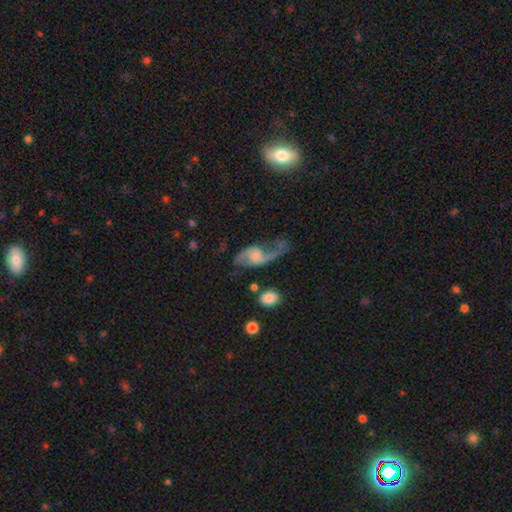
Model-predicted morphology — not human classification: Q: Smooth or featured?
A: featured or disk (84%); runner-up: smooth (9%)
Q: Edge-on disk?
A: no (96%); runner-up: yes (4%)
Q: Bar?
A: no (55%); runner-up: weak (36%)
Q: Spiral arms?
A: yes (95%); runner-up: no (5%)
Q: Spiral winding?
A: loose (74%); runner-up: medium (21%)
Q: Spiral arm count?
A: 2 (87%); runner-up: 1 (8%)
Q: Bulge size?
A: small (32%); runner-up: moderate (28%)
Q: Merging?
A: none (56%); runner-up: major disturbance (21%)